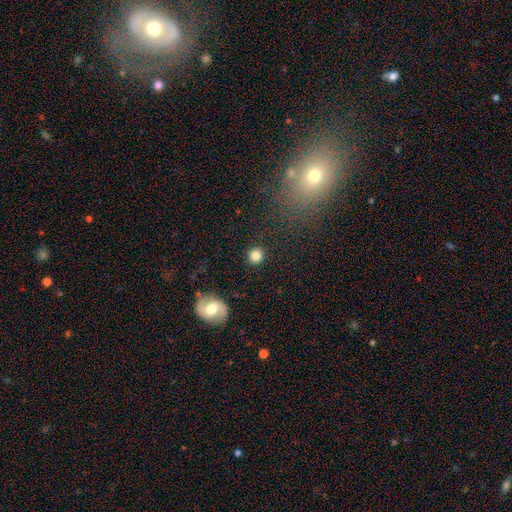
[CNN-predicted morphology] Smooth or featured: smooth — 84% (star or artifact — 11%)
How rounded: round — 92% (in between — 7%)
Merging: none — 91% (minor disturbance — 6%)